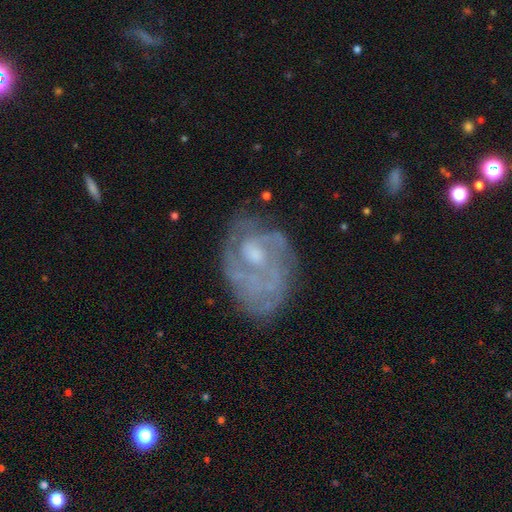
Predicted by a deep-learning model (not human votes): Overall: featured or disk (77%). Edge-on disk: no (97%). Bar: no (67%; weak 28%). Spiral arms: yes (74%). Spiral arm count: can't tell (40%; 2 23%). Spiral winding: tight (47%; medium 36%). Bulge size: moderate (44%; small 35%). Merging: none (54%; minor disturbance 22%).